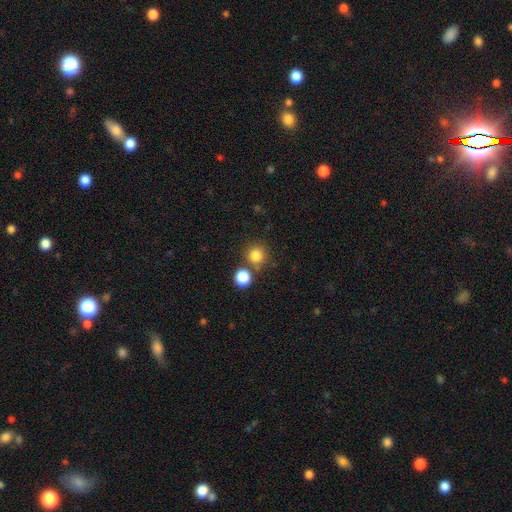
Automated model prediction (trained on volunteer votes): The model was most divided on "merging": none: 72%, merger: 17%, minor disturbance: 8%, major disturbance: 3%. More confident: how rounded — round (92%); smooth or featured — smooth (81%).